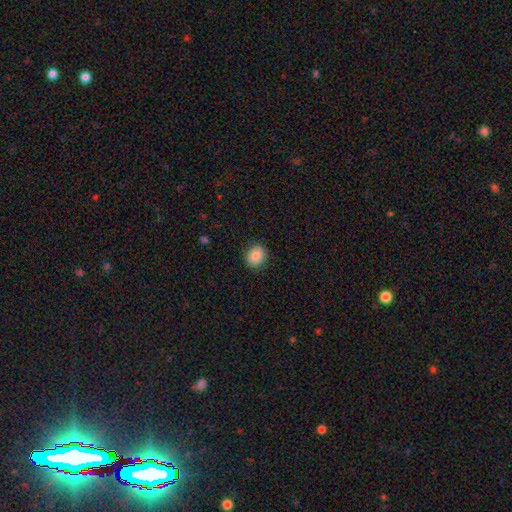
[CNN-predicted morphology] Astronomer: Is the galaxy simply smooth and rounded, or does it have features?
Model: smooth — 87%.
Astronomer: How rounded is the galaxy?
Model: round — 60% (runner-up: in between, 39%).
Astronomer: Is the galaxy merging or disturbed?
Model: none — 88%.